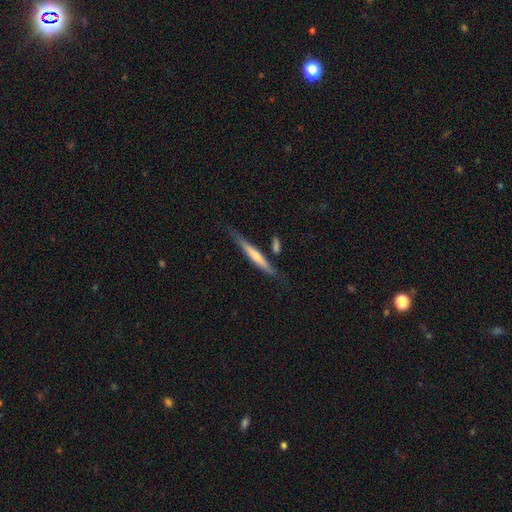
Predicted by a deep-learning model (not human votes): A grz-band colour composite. It shows a featured or disk galaxy (54%) viewed edge-on (95%) with a rounded central bulge (45%). Merging: none (77%).